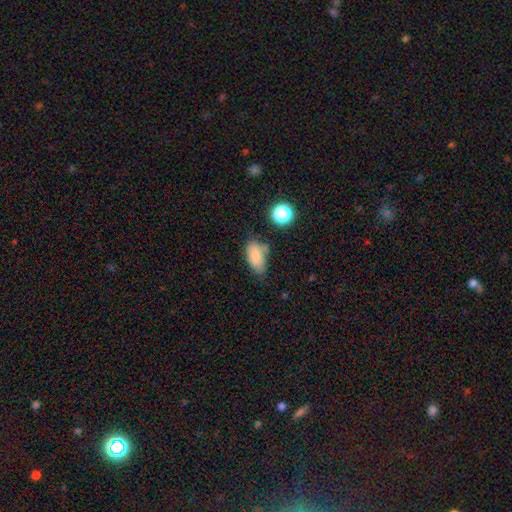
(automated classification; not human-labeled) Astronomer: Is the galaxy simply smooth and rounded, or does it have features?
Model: smooth — 81%.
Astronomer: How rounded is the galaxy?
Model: in between — 90%.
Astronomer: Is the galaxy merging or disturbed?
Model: none — 53% (runner-up: minor disturbance, 30%).